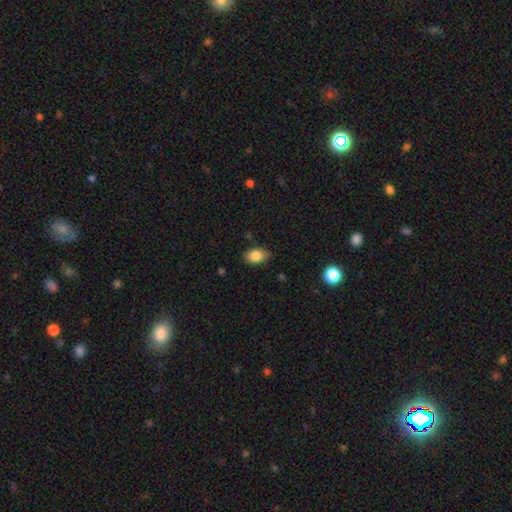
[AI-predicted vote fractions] The model was most divided on "merging": none: 83%, minor disturbance: 13%, major disturbance: 3%, merger: 1%. More confident: how rounded — in between (86%); smooth or featured — smooth (85%).